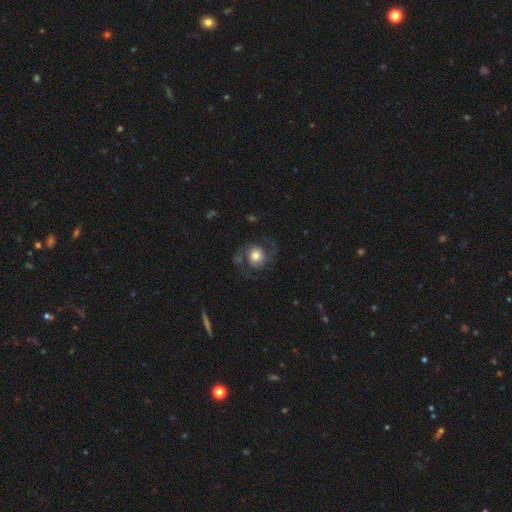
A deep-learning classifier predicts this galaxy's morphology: smooth_or_featured: featured or disk (p=0.72) [alt: smooth p=0.21]
disk_edge_on: no (p=0.98) [alt: yes p=0.02]
bar: no (p=0.74) [alt: weak p=0.21]
has_spiral_arms: yes (p=0.92) [alt: no p=0.08]
spiral_winding: medium (p=0.50) [alt: loose p=0.37]
spiral_arm_count: 2 (p=0.92) [alt: can't tell p=0.03]
bulge_size: large (p=0.43) [alt: moderate p=0.39]
merging: none (p=0.71) [alt: minor disturbance p=0.15]